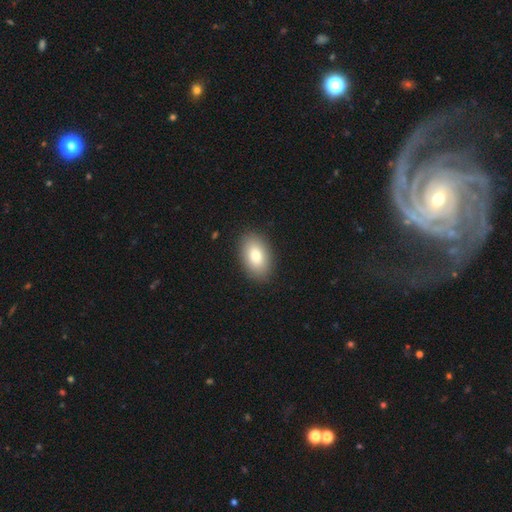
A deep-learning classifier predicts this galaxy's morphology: Overall: smooth (81%). How rounded: in between (90%). Merging: none (89%).